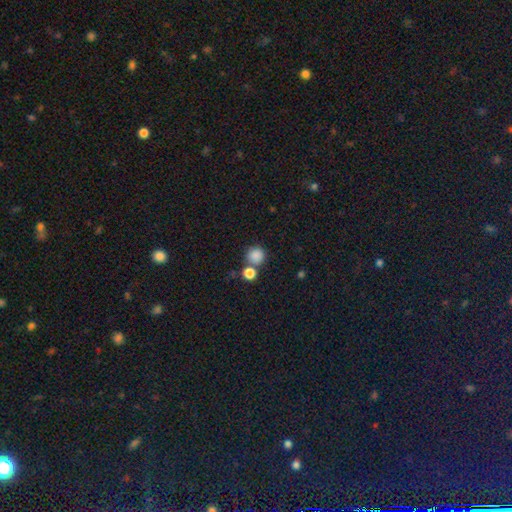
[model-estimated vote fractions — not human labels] Smooth or featured?
  - smooth: 84% *
  - star or artifact: 11%
  - featured or disk: 5%
How rounded?
  - round: 91% *
  - in between: 8%
  - cigar-shaped: 1%
Merging?
  - none: 65% *
  - merger: 22%
  - minor disturbance: 10%
  - major disturbance: 4%